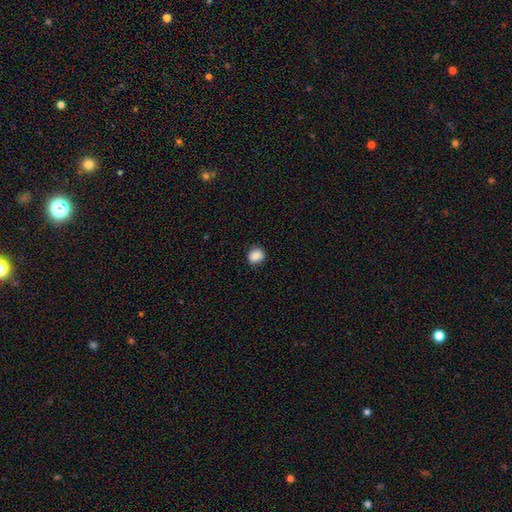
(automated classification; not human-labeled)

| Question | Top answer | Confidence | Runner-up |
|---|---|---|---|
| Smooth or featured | smooth | 88% | star or artifact (9%) |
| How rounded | round | 74% | in between (25%) |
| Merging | none | 83% | minor disturbance (13%) |